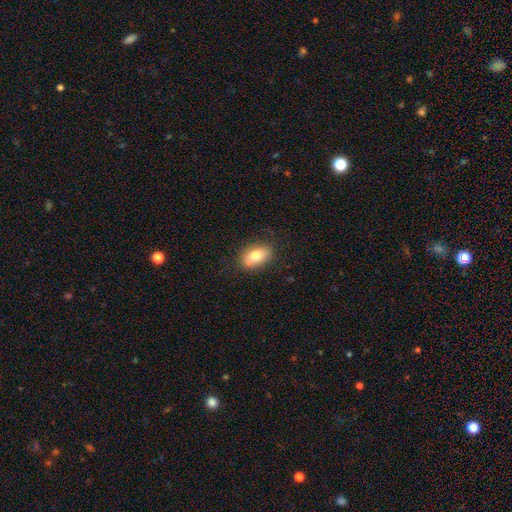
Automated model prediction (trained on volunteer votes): Overall: smooth (77%). How rounded: in between (85%). Merging: none (82%).